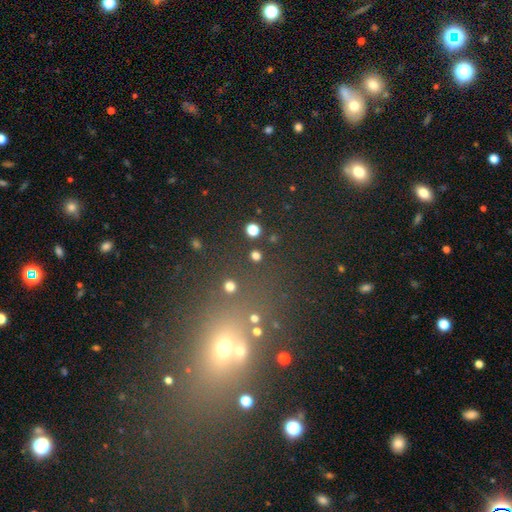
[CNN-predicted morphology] smooth_or_featured: smooth (p=0.75) [alt: star or artifact p=0.20]
how_rounded: round (p=0.92) [alt: in between p=0.06]
merging: none (p=0.88) [alt: minor disturbance p=0.05]